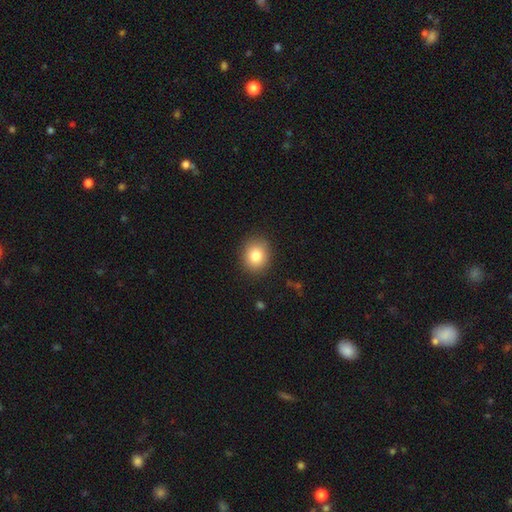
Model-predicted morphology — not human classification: Q: Smooth or featured?
A: smooth (83%); runner-up: star or artifact (9%)
Q: How rounded?
A: round (68%); runner-up: in between (31%)
Q: Merging?
A: none (88%); runner-up: minor disturbance (8%)